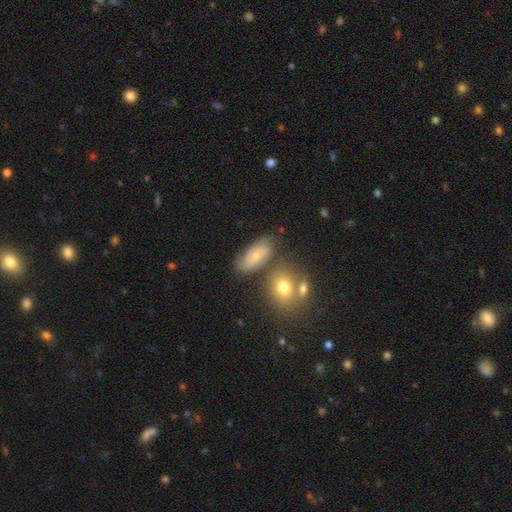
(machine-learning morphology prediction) This appears to be a featured or disk galaxy (49%). Merging: none (57%).